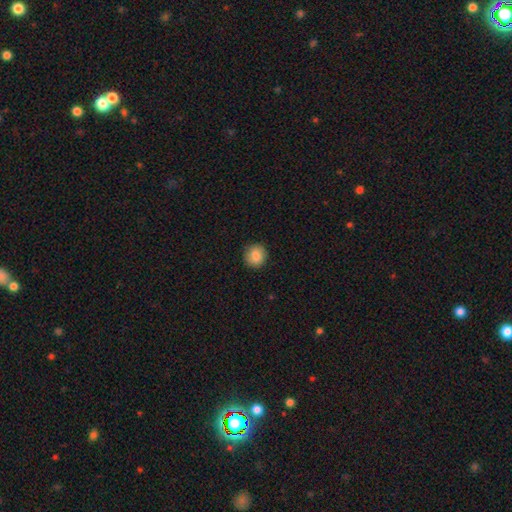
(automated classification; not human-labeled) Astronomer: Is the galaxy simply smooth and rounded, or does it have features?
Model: smooth — 86%.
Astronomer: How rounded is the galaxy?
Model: round — 91%.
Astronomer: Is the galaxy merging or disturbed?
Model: none — 91%.